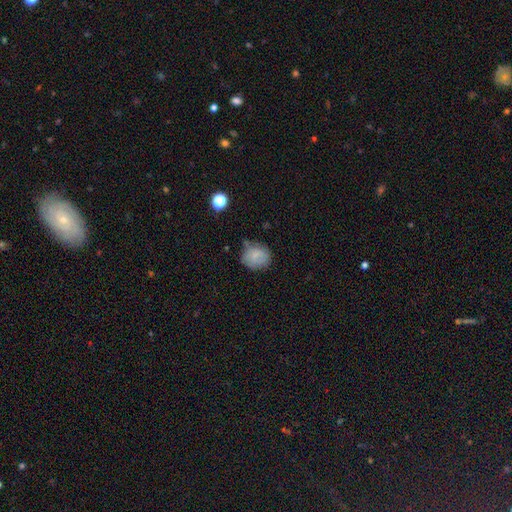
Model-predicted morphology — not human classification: smooth 75%, featured or disk 15%, star or artifact 10%. Down the decision tree: how rounded — round (72%); merging — none (59%).